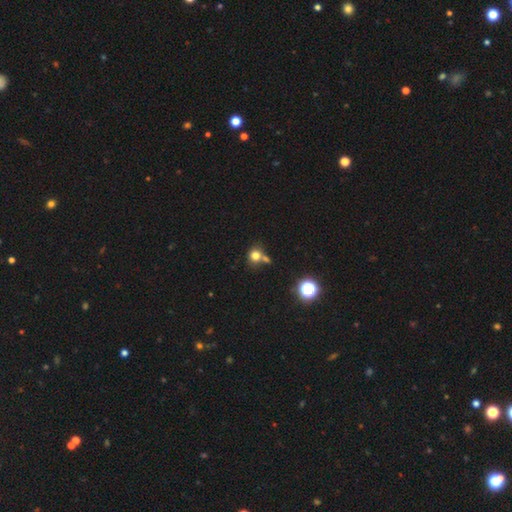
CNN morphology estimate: smooth_or_featured: smooth (p=0.76) [alt: star or artifact p=0.15]
how_rounded: round (p=0.84) [alt: in between p=0.15]
merging: none (p=0.56) [alt: merger p=0.29]